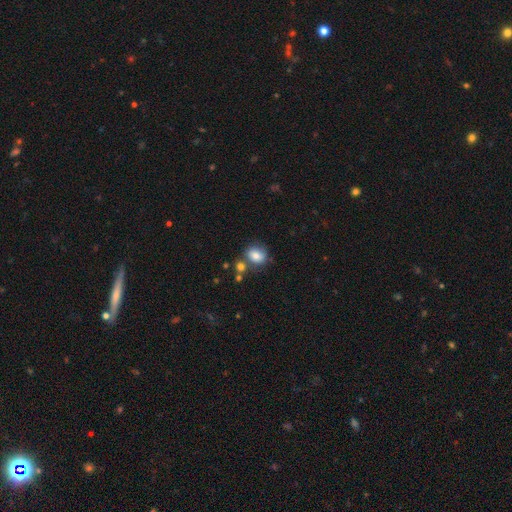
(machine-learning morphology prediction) smooth 75%, featured or disk 14%, star or artifact 10%. Down the decision tree: how rounded — round (65%); merging — none (63%).